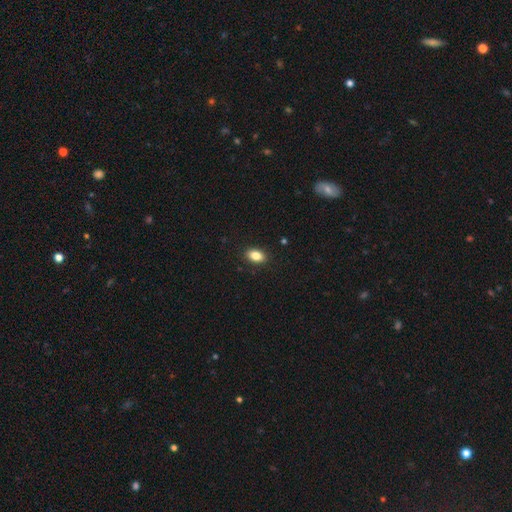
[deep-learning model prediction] Q: Smooth or featured?
A: smooth (85%); runner-up: star or artifact (8%)
Q: How rounded?
A: in between (87%); runner-up: round (11%)
Q: Merging?
A: none (90%); runner-up: minor disturbance (8%)